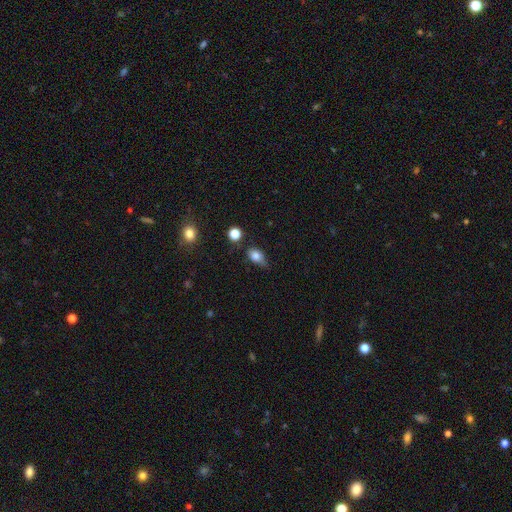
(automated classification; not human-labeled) This appears to be a smooth galaxy with no disk features (80%) that is in between round and cigar-shaped (71%). Merging: none (47%).